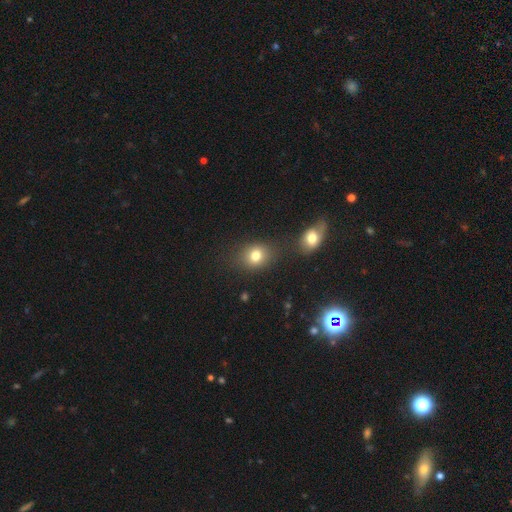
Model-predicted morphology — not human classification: Smooth or featured?
  - smooth: 77% *
  - star or artifact: 14%
  - featured or disk: 9%
How rounded?
  - round: 56% *
  - in between: 43%
  - cigar-shaped: 1%
Merging?
  - none: 71% *
  - merger: 14%
  - minor disturbance: 11%
  - major disturbance: 4%